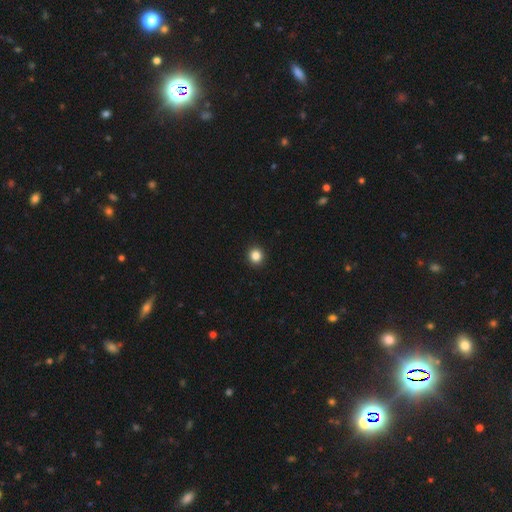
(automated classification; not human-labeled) smooth-or-featured: smooth: 85% | star or artifact: 11% | featured or disk: 4%
  how-rounded: round: 89% | in between: 10% | cigar-shaped: 1%
  merging: none: 93% | minor disturbance: 4% | major disturbance: 1% | merger: 1%